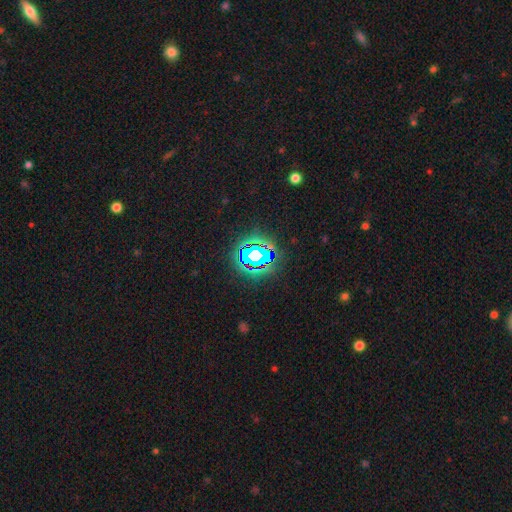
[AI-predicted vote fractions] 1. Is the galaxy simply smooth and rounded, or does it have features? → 71% star or artifact, 17% smooth, 12% featured or disk.